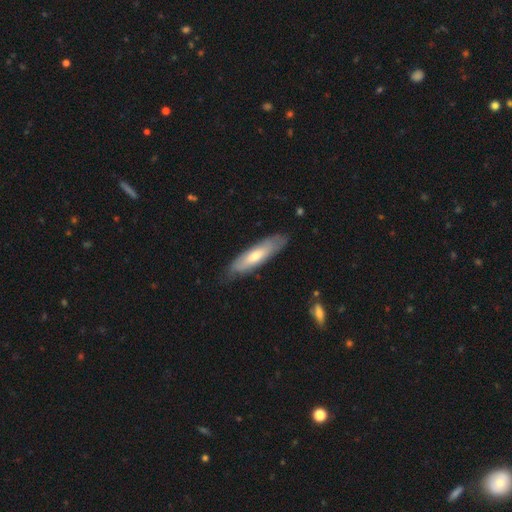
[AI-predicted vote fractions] smooth 62%, featured or disk 33%, star or artifact 5%. Down the decision tree: how rounded — cigar-shaped (63%); merging — none (77%).